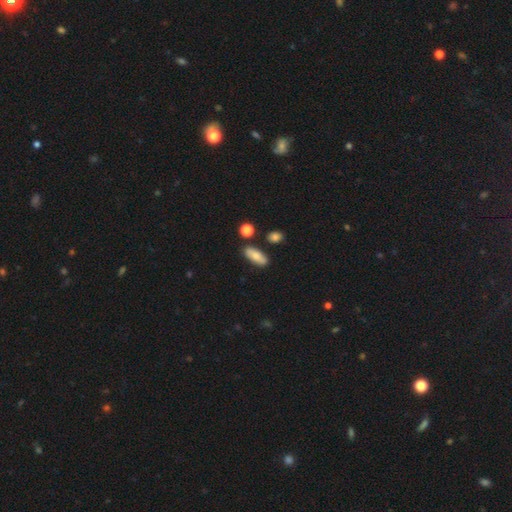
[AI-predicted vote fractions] A smooth galaxy with no disk features (74%) that is in between round and cigar-shaped (74%).

Vote fractions:
- Smooth or featured? smooth: 74% / featured or disk: 18% / star or artifact: 8%
- How rounded? in between: 74% / cigar-shaped: 22% / round: 4%
- Merging? none: 80% / minor disturbance: 12% / merger: 5% / major disturbance: 3%